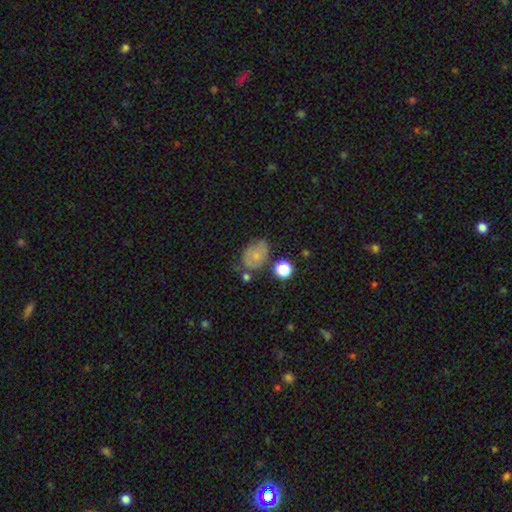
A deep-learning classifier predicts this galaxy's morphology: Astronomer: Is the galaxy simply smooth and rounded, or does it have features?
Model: smooth — 61%.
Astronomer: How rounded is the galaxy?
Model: in between — 69%.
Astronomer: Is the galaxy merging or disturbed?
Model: none — 47% (runner-up: minor disturbance, 29%).